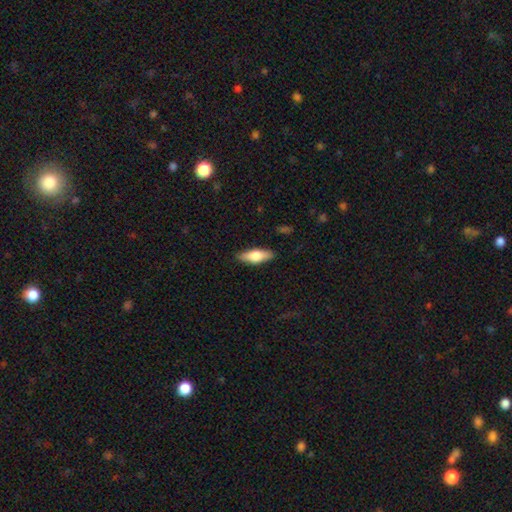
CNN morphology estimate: smooth-or-featured: smooth: 63% | featured or disk: 31% | star or artifact: 6%
  how-rounded: in between: 61% | cigar-shaped: 36% | round: 3%
  merging: none: 88% | minor disturbance: 9% | major disturbance: 2% | merger: 1%